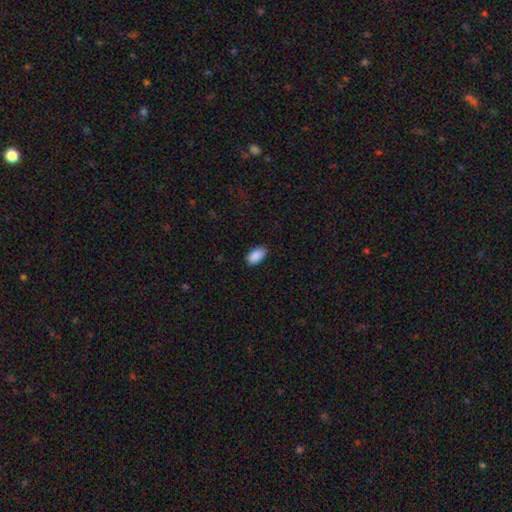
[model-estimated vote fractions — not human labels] This is clearly a smooth galaxy (91%). How rounded: clearly in between (95%). Merging: clearly none (88%).